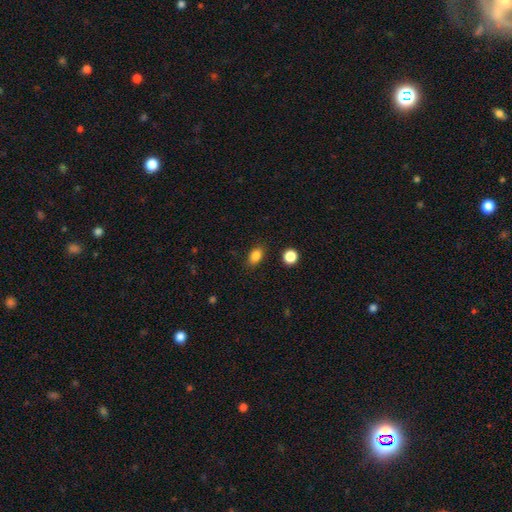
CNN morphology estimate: Smooth or featured? Predicted: smooth (p=0.85). How rounded? Predicted: in between (p=0.73). Merging? Predicted: none (p=0.83).